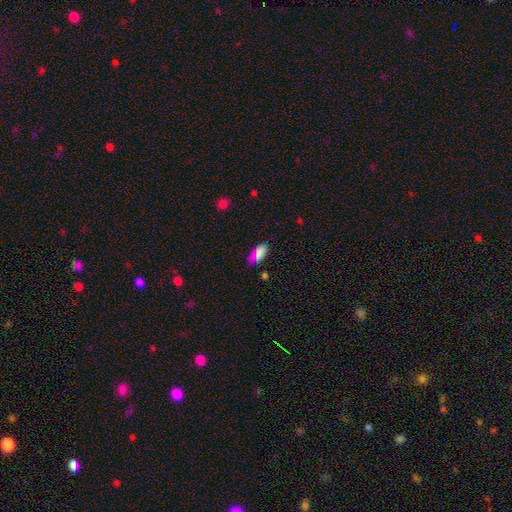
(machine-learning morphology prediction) Smooth or featured? smooth (79%)
How rounded? in between (88%)
Merging? none (77%)